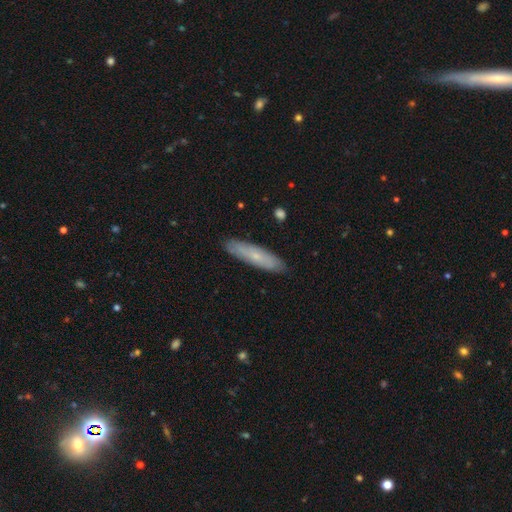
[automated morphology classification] This appears to be a smooth galaxy with no disk features (59%) that is cigar-shaped (76%). Merging: none (88%).